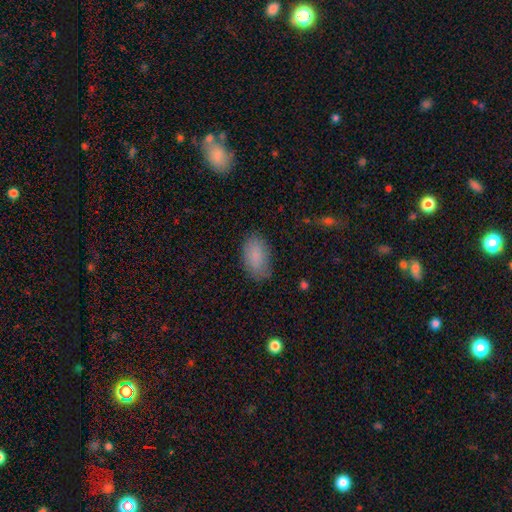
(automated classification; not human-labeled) This appears to be a smooth galaxy with no disk features (86%) that is in between round and cigar-shaped (94%). Merging: none (79%).